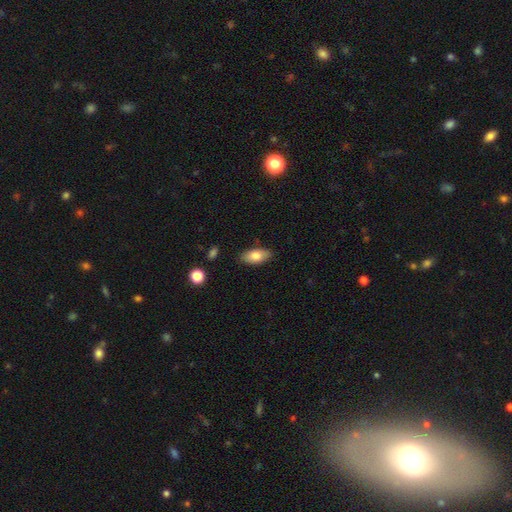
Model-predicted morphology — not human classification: smooth 79%, featured or disk 14%, star or artifact 7%. Down the decision tree: how rounded — in between (90%); merging — none (85%).